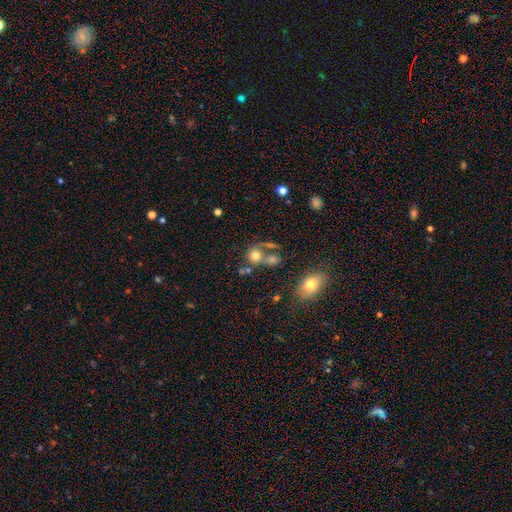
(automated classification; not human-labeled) This appears to be a smooth galaxy with no disk features (72%) that is round (76%). Merging: none (42%).